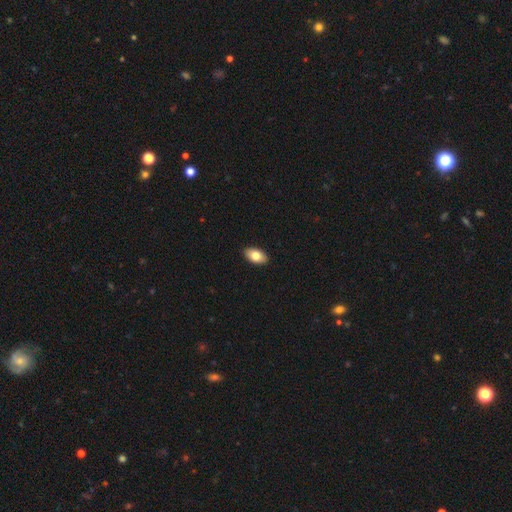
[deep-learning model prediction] The model was most divided on "smooth or featured": smooth: 79%, featured or disk: 14%, star or artifact: 7%. More confident: how rounded — in between (93%); merging — none (91%).